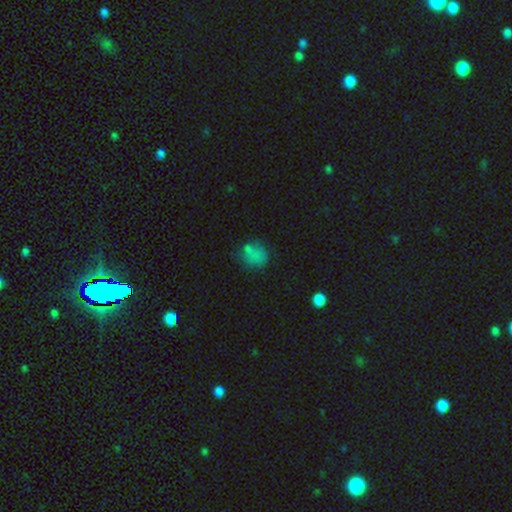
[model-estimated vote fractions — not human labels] This is likely a smooth galaxy (69%). How rounded: likely round (71%). Merging: possibly none (53%).